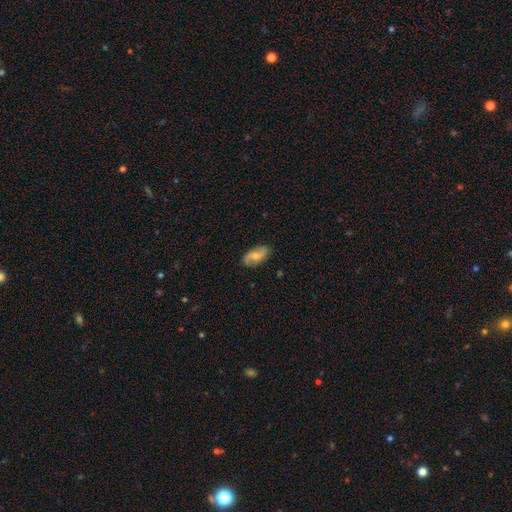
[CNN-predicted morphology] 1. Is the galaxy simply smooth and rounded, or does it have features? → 50% featured or disk, 43% smooth, 7% star or artifact.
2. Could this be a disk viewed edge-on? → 93% no, 7% yes.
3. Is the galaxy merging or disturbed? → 83% none, 13% minor disturbance, 3% major disturbance, 1% merger.